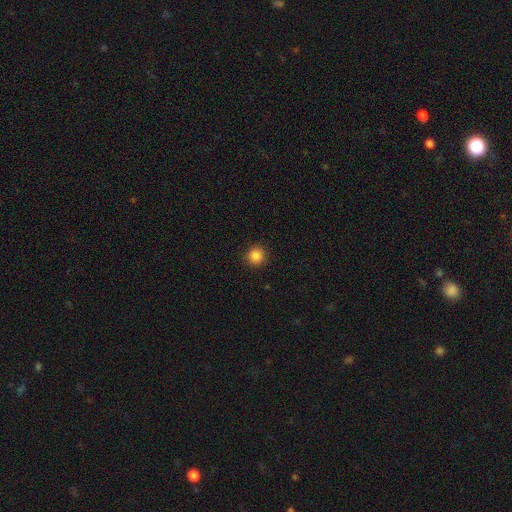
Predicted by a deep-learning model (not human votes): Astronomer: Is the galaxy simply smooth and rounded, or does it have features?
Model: smooth — 86%.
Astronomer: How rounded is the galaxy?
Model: round — 94%.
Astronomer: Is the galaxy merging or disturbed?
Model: none — 92%.